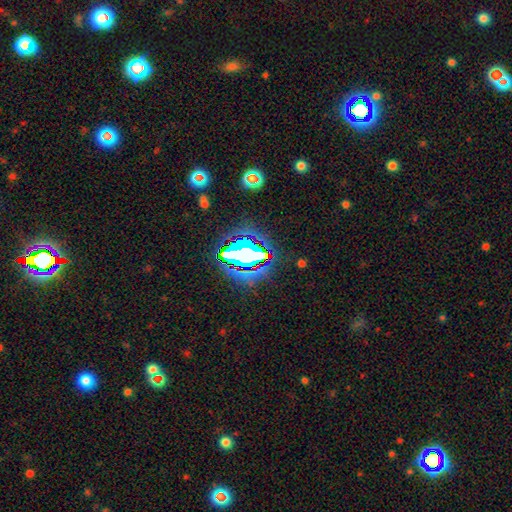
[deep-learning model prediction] star or artifact 64%, smooth 20%, featured or disk 15%.